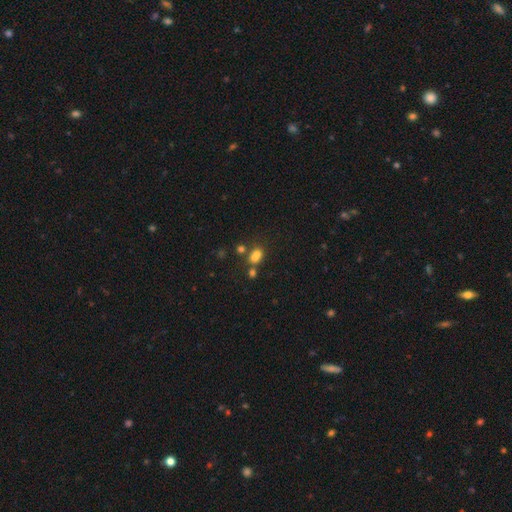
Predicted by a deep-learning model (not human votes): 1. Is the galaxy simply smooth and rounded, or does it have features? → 70% smooth, 18% star or artifact, 12% featured or disk.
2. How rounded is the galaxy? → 53% in between, 45% round, 2% cigar-shaped.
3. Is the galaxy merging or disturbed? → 46% merger, 38% none, 10% minor disturbance, 6% major disturbance.